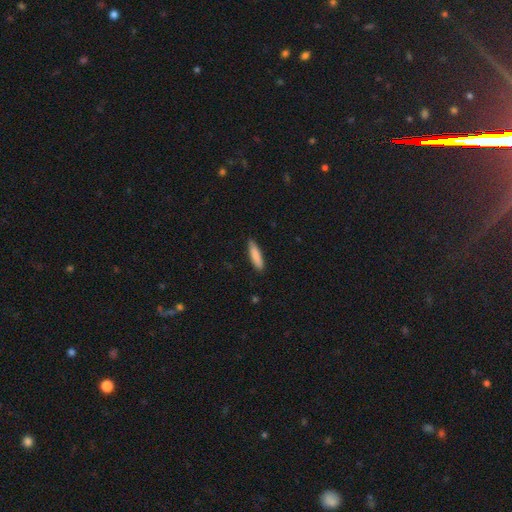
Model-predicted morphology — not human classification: smooth 85%, featured or disk 9%, star or artifact 6%. Down the decision tree: how rounded — cigar-shaped (79%); merging — none (86%).